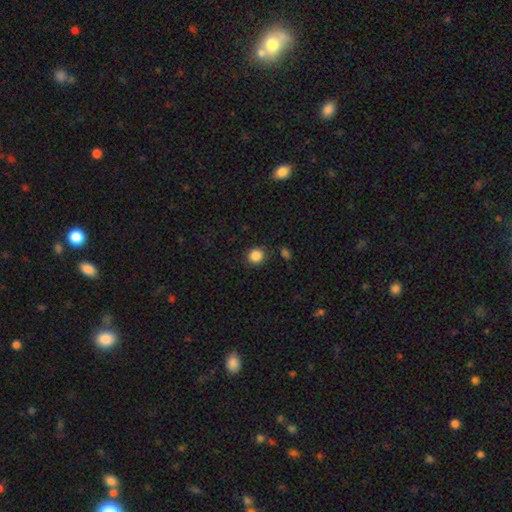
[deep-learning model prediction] This is clearly a smooth galaxy (86%). How rounded: clearly round (89%). Merging: clearly none (86%).